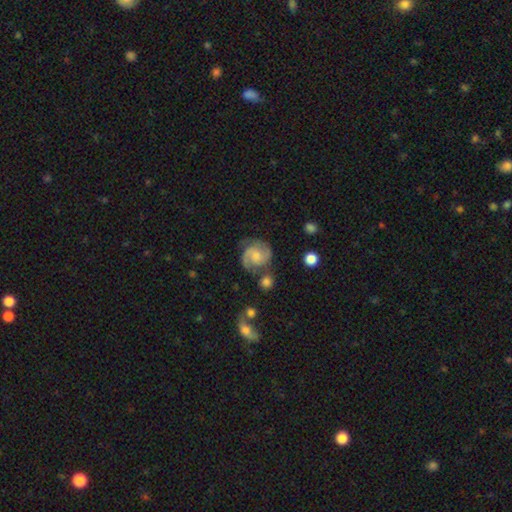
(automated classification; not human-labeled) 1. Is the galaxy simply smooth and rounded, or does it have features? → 81% featured or disk, 13% smooth, 6% star or artifact.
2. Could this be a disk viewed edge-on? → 98% no, 2% yes.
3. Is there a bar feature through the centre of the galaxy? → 57% no, 37% weak, 6% strong.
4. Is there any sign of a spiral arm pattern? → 96% yes, 4% no.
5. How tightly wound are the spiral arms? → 54% medium, 32% tight, 15% loose.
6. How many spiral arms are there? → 86% 2, 5% can't tell, 4% 3, 3% 1, 1% 4, 1% more than 4.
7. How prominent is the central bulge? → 44% moderate, 38% small, 11% none, 5% large, 1% dominant.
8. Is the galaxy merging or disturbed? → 67% none, 17% minor disturbance, 8% merger, 7% major disturbance.